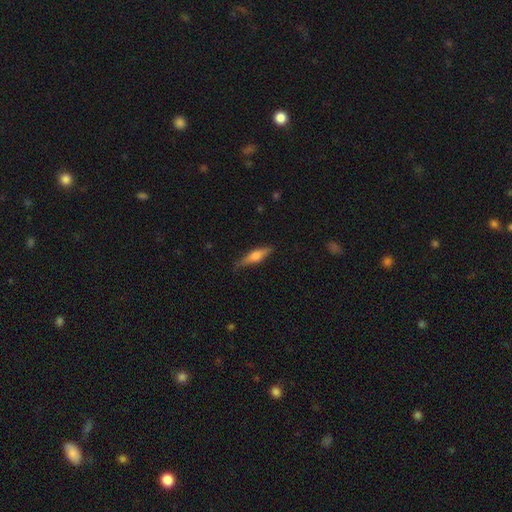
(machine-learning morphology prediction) featured or disk 47%, smooth 46%, star or artifact 6%. Down the decision tree: merging — none (79%).